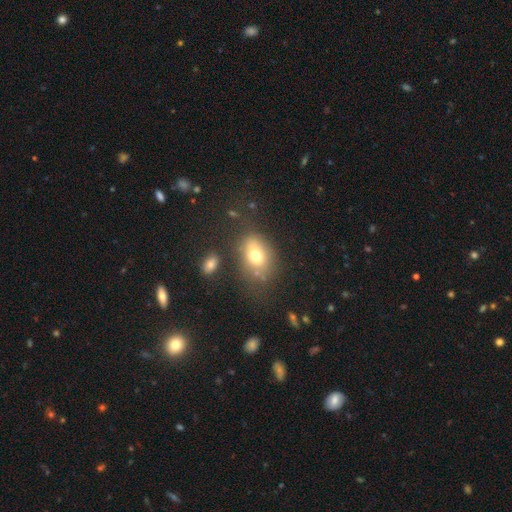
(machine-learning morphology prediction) smooth 72%, featured or disk 16%, star or artifact 12%. Down the decision tree: how rounded — in between (70%); merging — none (64%).